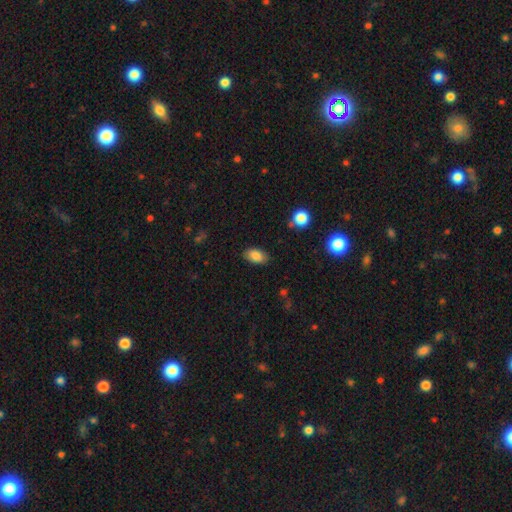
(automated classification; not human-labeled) Smooth or featured?
  - smooth: 85% *
  - star or artifact: 8%
  - featured or disk: 7%
How rounded?
  - in between: 92% *
  - round: 7%
  - cigar-shaped: 2%
Merging?
  - none: 85% *
  - minor disturbance: 11%
  - major disturbance: 3%
  - merger: 1%